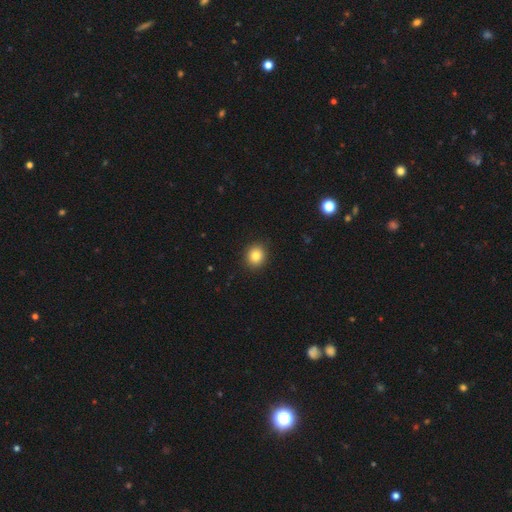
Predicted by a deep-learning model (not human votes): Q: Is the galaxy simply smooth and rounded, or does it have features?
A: smooth — 84%.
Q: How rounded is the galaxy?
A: round — 82%.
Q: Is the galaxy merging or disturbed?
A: none — 91%.